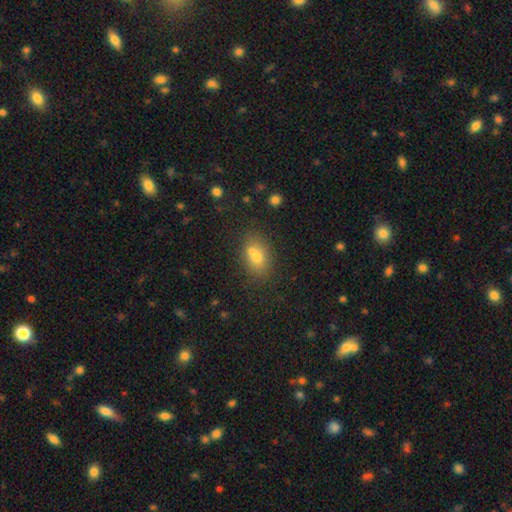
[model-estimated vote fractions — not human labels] Q: Smooth or featured?
A: smooth (68%); runner-up: featured or disk (16%)
Q: How rounded?
A: in between (72%); runner-up: round (25%)
Q: Merging?
A: none (50%); runner-up: merger (34%)